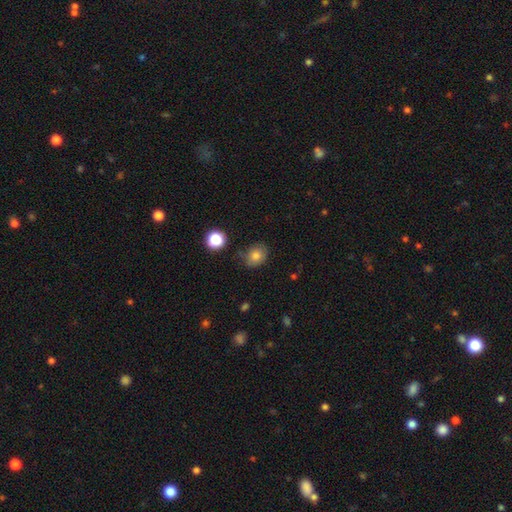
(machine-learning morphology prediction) Overall: smooth (78%). How rounded: round (55%; in between 44%). Merging: none (73%).